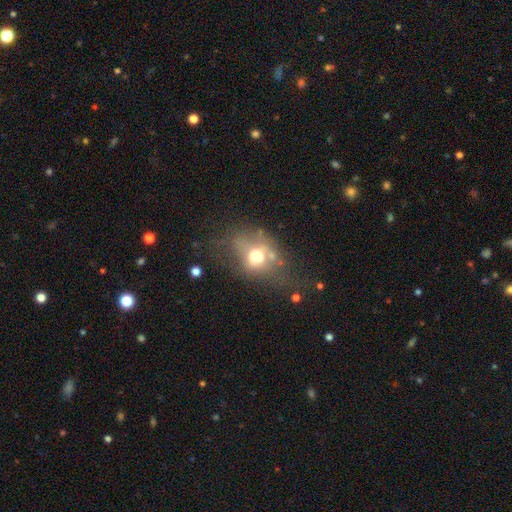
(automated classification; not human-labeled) A smooth galaxy with no disk features (50%) that is in between round and cigar-shaped (56%). Merging: none (35%).